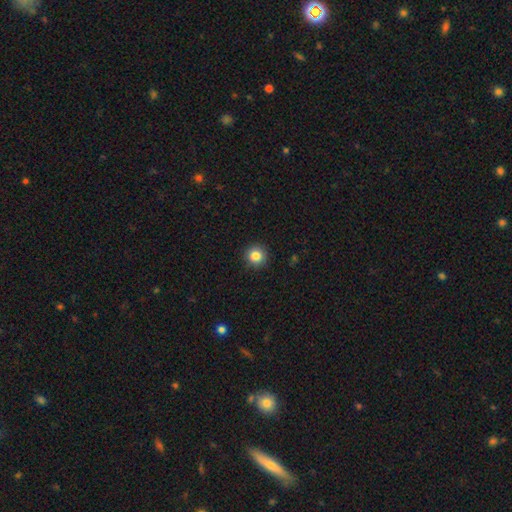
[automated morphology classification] smooth 84%, star or artifact 11%, featured or disk 5%. Down the decision tree: how rounded — round (94%); merging — none (91%).